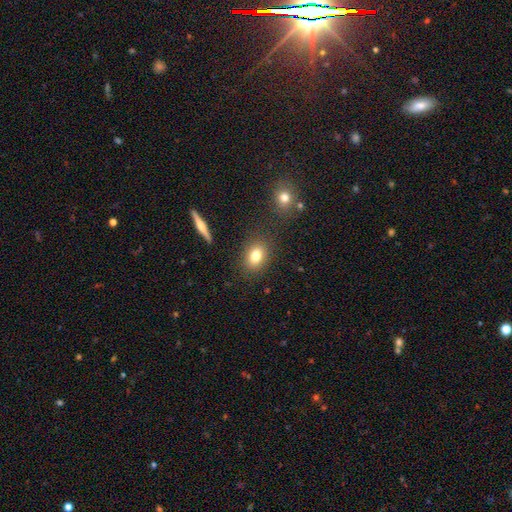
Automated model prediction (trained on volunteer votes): Smooth or featured?
  - smooth: 79% *
  - featured or disk: 11%
  - star or artifact: 10%
How rounded?
  - in between: 70% *
  - round: 27%
  - cigar-shaped: 2%
Merging?
  - none: 85% *
  - minor disturbance: 9%
  - major disturbance: 3%
  - merger: 3%